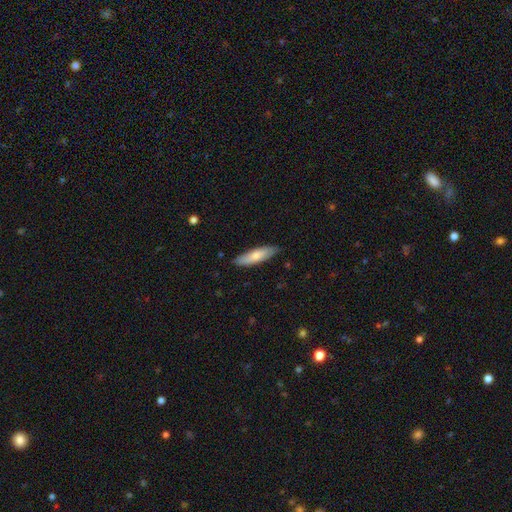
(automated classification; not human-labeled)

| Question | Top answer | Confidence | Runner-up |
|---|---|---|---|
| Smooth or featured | smooth | 73% | featured or disk (22%) |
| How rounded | cigar-shaped | 65% | in between (33%) |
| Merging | none | 86% | minor disturbance (11%) |